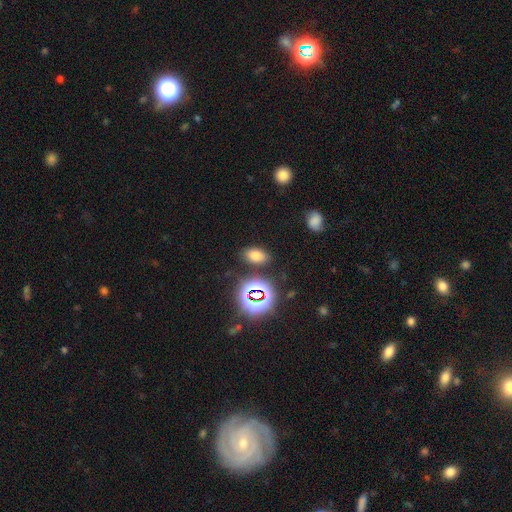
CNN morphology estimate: The model was most divided on "smooth or featured": smooth: 69%, star or artifact: 23%, featured or disk: 8%. More confident: how rounded — in between (87%); merging — none (84%).